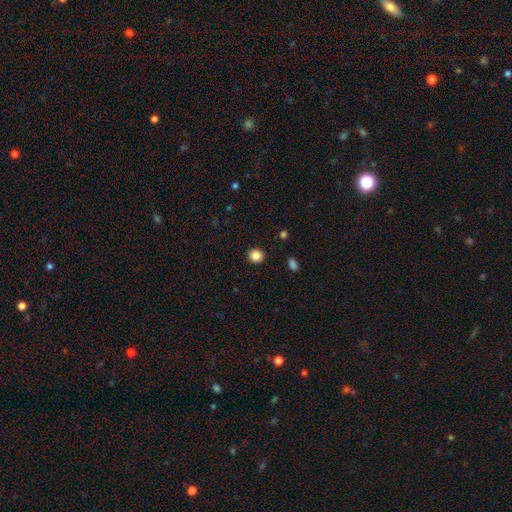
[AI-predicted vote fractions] This is clearly a smooth galaxy (85%). How rounded: clearly round (89%). Merging: clearly none (92%).